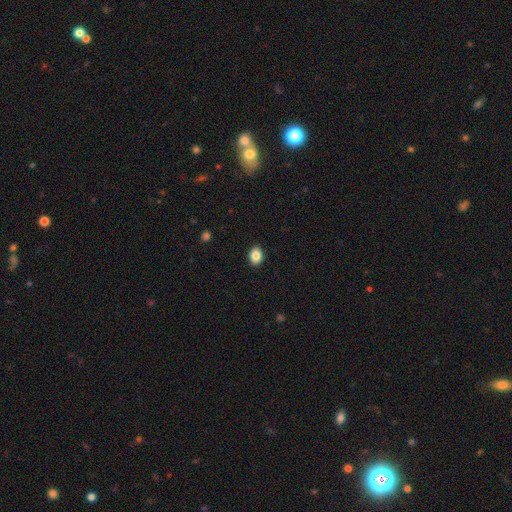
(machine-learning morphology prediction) The model was most divided on "how rounded": in between: 68%, round: 31%, cigar-shaped: 1%. More confident: merging — none (91%); smooth or featured — smooth (87%).